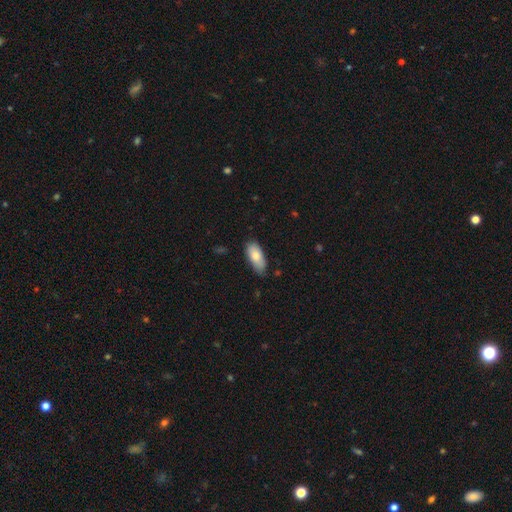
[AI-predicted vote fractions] Q: Smooth or featured?
A: smooth (79%); runner-up: featured or disk (15%)
Q: How rounded?
A: in between (87%); runner-up: cigar-shaped (10%)
Q: Merging?
A: none (75%); runner-up: minor disturbance (21%)